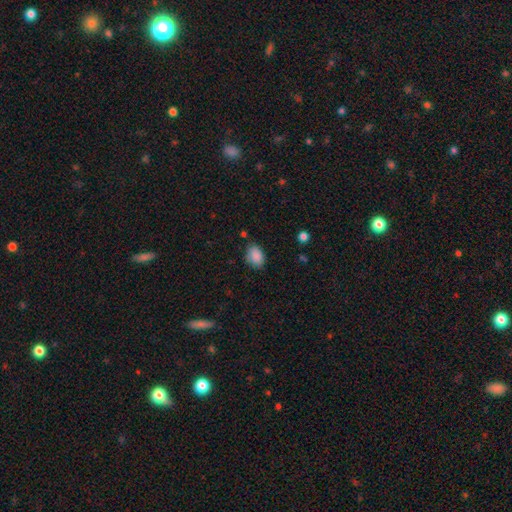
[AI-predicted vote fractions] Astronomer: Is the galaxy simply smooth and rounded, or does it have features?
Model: smooth — 88%.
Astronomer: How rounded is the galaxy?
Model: in between — 82%.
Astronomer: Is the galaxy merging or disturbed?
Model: none — 74%.